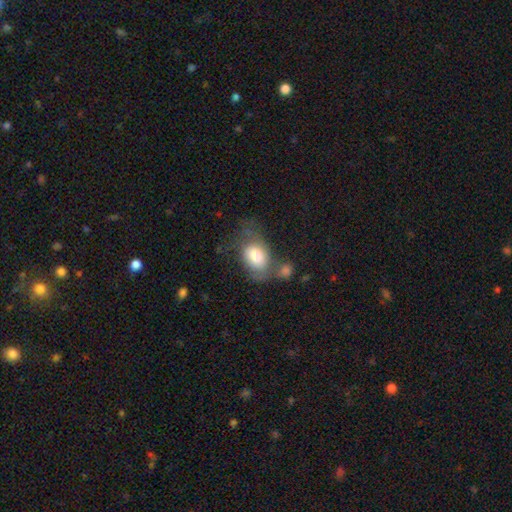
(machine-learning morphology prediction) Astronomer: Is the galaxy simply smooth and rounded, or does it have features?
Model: smooth — 73%.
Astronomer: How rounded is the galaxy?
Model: in between — 76%.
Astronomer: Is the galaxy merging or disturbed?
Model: none — 33% (runner-up: minor disturbance, 23%).